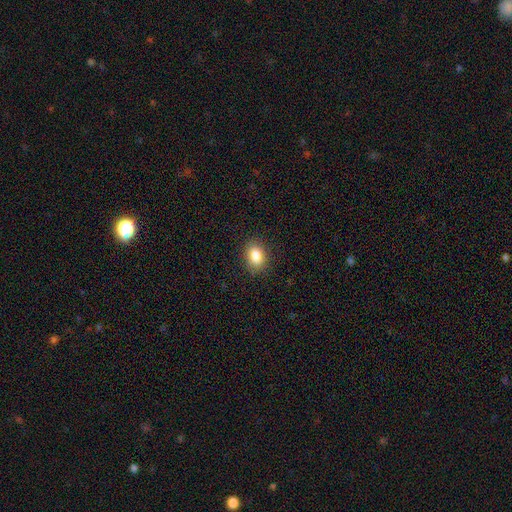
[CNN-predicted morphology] Smooth or featured?
  - smooth: 85% *
  - star or artifact: 9%
  - featured or disk: 6%
How rounded?
  - in between: 71% *
  - round: 27%
  - cigar-shaped: 1%
Merging?
  - none: 87% *
  - minor disturbance: 9%
  - major disturbance: 3%
  - merger: 1%